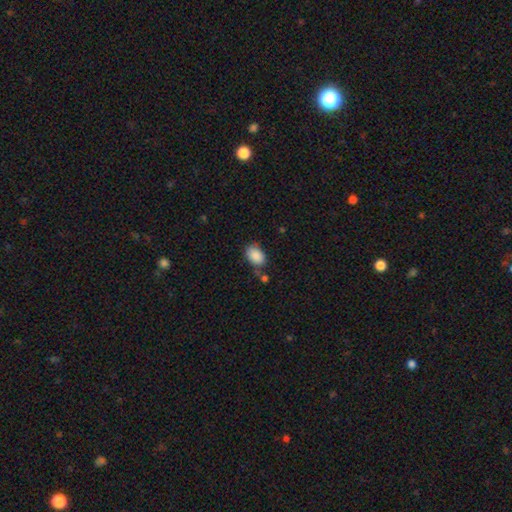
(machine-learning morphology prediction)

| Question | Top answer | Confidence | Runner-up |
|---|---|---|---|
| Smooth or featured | smooth | 88% | star or artifact (7%) |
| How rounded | in between | 85% | round (14%) |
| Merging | none | 68% | minor disturbance (19%) |